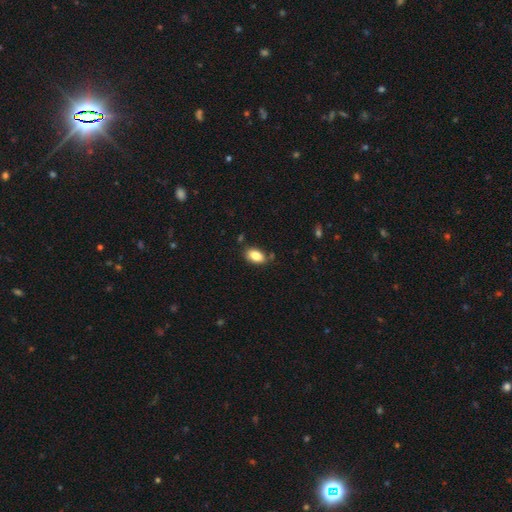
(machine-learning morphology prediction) This appears to be a smooth galaxy with no disk features (85%) that is in between round and cigar-shaped (91%). Merging: none (79%).